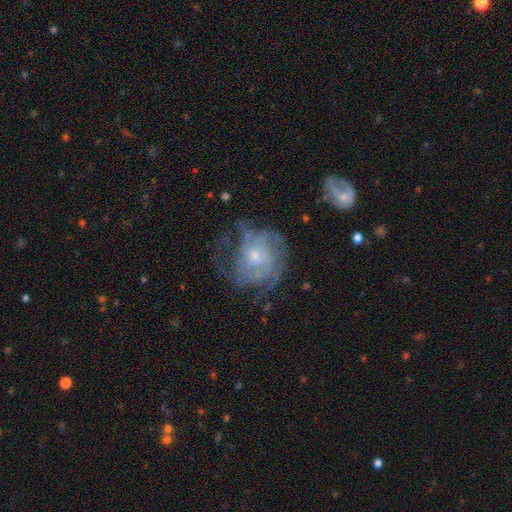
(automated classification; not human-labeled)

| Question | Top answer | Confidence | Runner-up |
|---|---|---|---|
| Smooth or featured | featured or disk | 77% | smooth (15%) |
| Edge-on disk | no | 97% | yes (3%) |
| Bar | no | 77% | weak (20%) |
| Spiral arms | yes | 84% | no (16%) |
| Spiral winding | tight | 54% | medium (34%) |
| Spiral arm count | can't tell | 47% | 3 (15%) |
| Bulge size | small | 49% | moderate (44%) |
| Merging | none | 59% | minor disturbance (21%) |